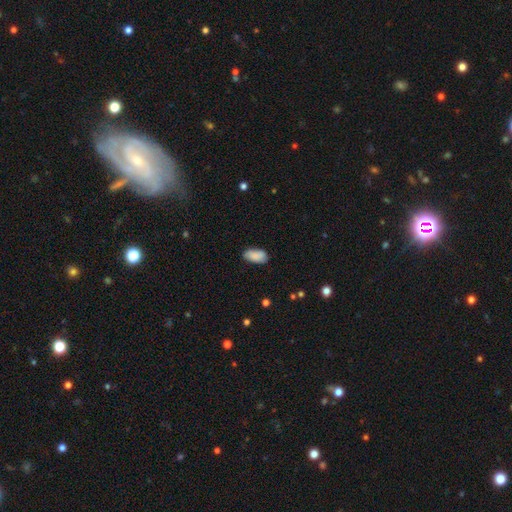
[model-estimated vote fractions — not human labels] smooth_or_featured: smooth (p=0.87) [alt: star or artifact p=0.07]
how_rounded: in between (p=0.93) [alt: cigar-shaped p=0.04]
merging: none (p=0.80) [alt: minor disturbance p=0.16]